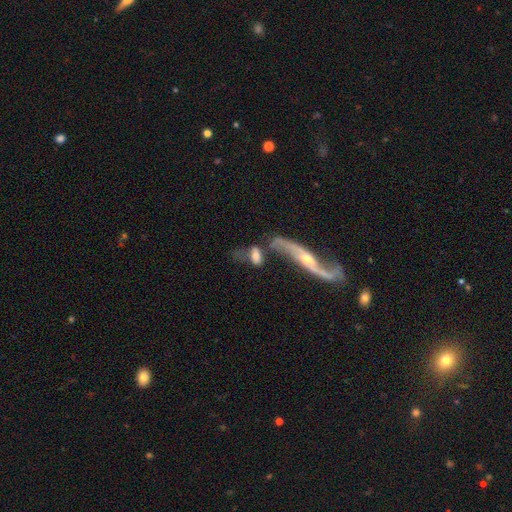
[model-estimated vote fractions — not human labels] smooth-or-featured: featured or disk: 48% | smooth: 43% | star or artifact: 9%
  merging: merger: 40% | none: 27% | major disturbance: 17% | minor disturbance: 15%